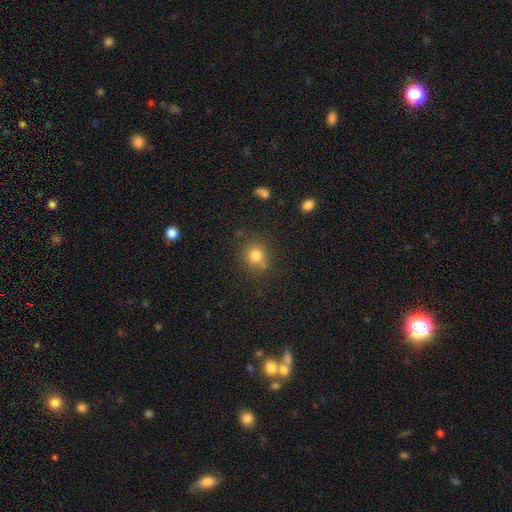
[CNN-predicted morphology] smooth_or_featured: smooth (p=0.80) [alt: star or artifact p=0.13]
how_rounded: round (p=0.80) [alt: in between p=0.19]
merging: none (p=0.76) [alt: minor disturbance p=0.13]